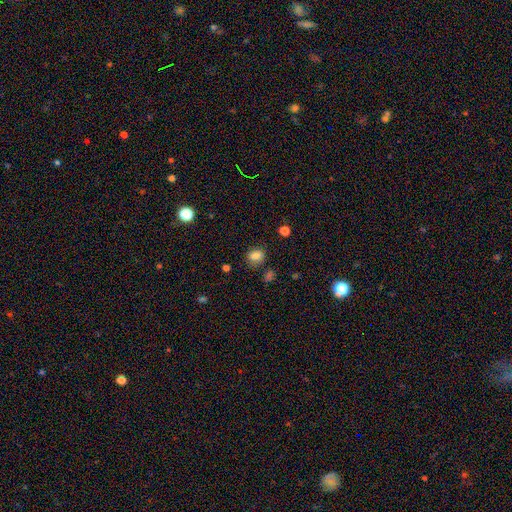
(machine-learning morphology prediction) This is clearly a smooth galaxy (81%). How rounded: possibly in between (59%). Merging: likely none (73%).